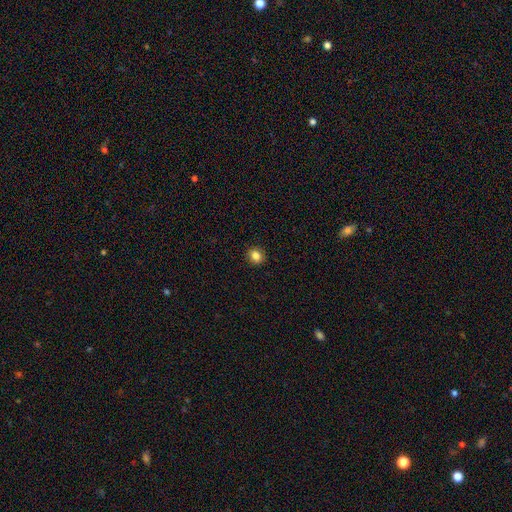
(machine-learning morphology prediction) This appears to be a smooth galaxy with no disk features (84%) that is round (74%). Merging: none (91%).